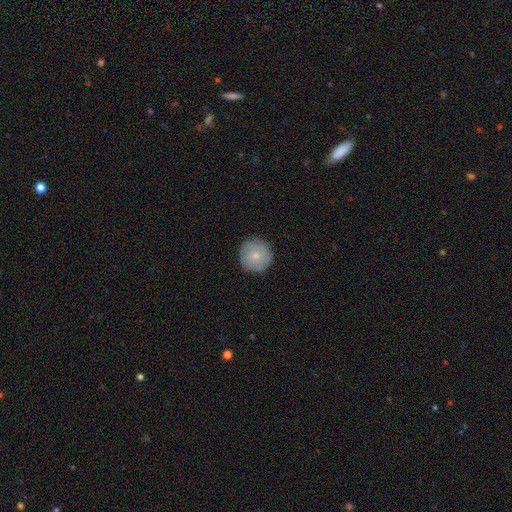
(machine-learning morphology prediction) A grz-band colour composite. It shows a smooth galaxy with no disk features (74%) that is round (96%). Merging: none (89%).